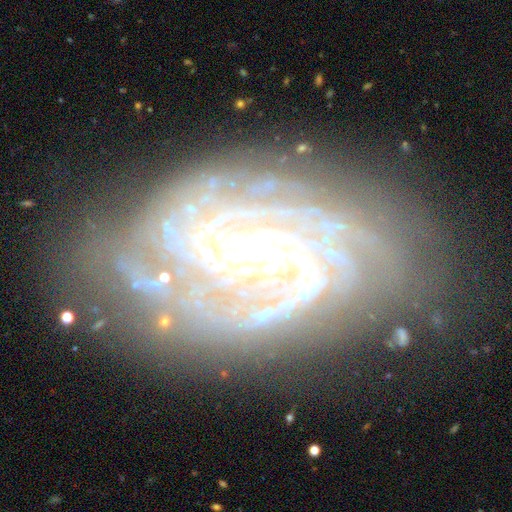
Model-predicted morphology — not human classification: smooth-or-featured: featured or disk: 91% | star or artifact: 5% | smooth: 4%
  disk-edge-on: no: 97% | yes: 3%
    bar: no: 44% | weak: 35% | strong: 21%
    has-spiral-arms: yes: 99% | no: 1%
      spiral-winding: tight: 79% | medium: 18% | loose: 3%
      spiral-arm-count: 4: 24% | 3: 22% | 2: 17% | can't tell: 16% | more than 4: 14% | 1: 7%
    bulge-size: small: 55% | moderate: 40% | large: 3% | none: 2% | dominant: 1%
  merging: none: 78% | minor disturbance: 16% | major disturbance: 5% | merger: 2%